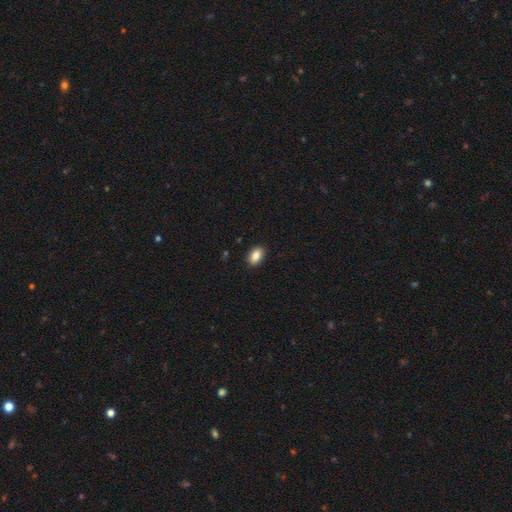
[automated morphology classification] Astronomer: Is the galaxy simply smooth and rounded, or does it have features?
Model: smooth — 87%.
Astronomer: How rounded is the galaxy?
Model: in between — 91%.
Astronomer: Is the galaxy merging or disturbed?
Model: none — 90%.